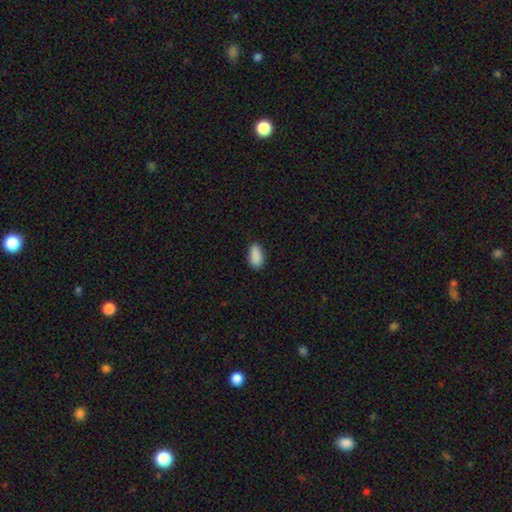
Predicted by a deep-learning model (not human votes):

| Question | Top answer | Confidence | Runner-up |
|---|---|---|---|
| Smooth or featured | smooth | 90% | star or artifact (7%) |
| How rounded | in between | 92% | cigar-shaped (5%) |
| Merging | none | 85% | minor disturbance (12%) |